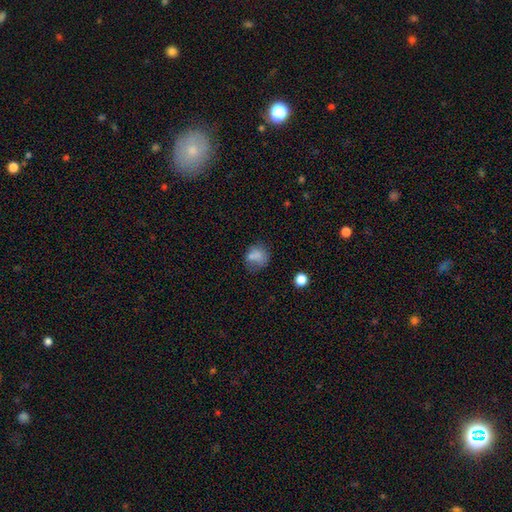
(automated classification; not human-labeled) smooth_or_featured: smooth (p=0.75) [alt: featured or disk p=0.13]
how_rounded: round (p=0.70) [alt: in between p=0.29]
merging: none (p=0.52) [alt: minor disturbance p=0.21]